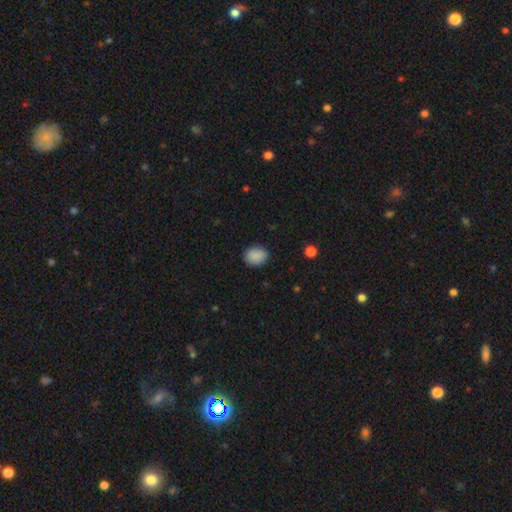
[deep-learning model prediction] Overall: smooth (88%). How rounded: in between (56%; round 43%). Merging: none (86%).